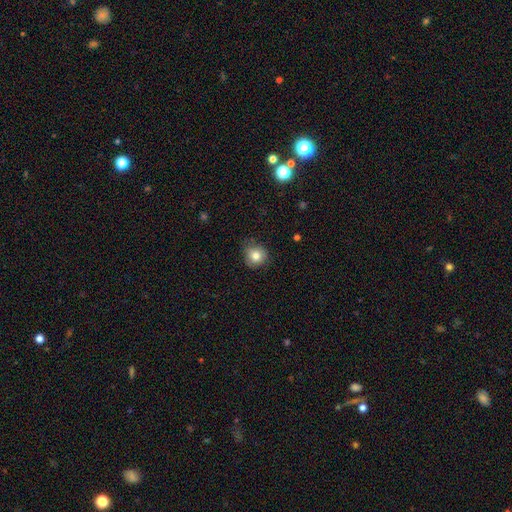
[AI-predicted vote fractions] Smooth or featured?
  - smooth: 81% *
  - star or artifact: 10%
  - featured or disk: 9%
How rounded?
  - round: 85% *
  - in between: 14%
  - cigar-shaped: 1%
Merging?
  - none: 72% *
  - minor disturbance: 22%
  - major disturbance: 5%
  - merger: 1%